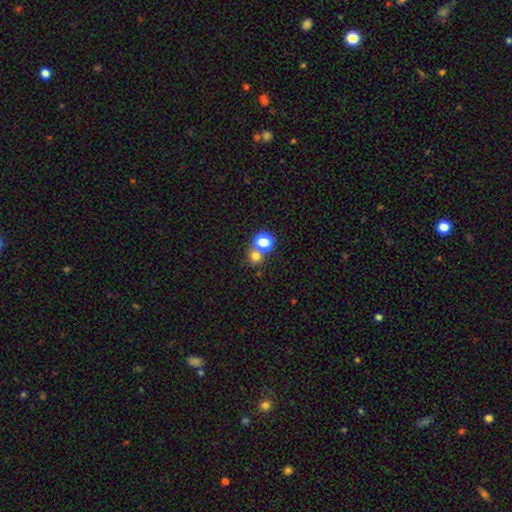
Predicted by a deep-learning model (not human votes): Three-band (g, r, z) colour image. It shows a smooth galaxy with no disk features (73%) that is round (89%). Merging: none (59%).